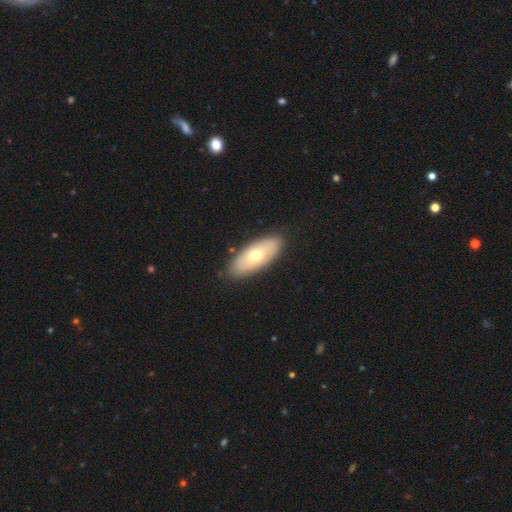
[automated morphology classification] Smooth or featured?
  - smooth: 58% *
  - featured or disk: 36%
  - star or artifact: 6%
How rounded?
  - in between: 85% *
  - cigar-shaped: 12%
  - round: 3%
Merging?
  - none: 87% *
  - minor disturbance: 9%
  - major disturbance: 2%
  - merger: 1%